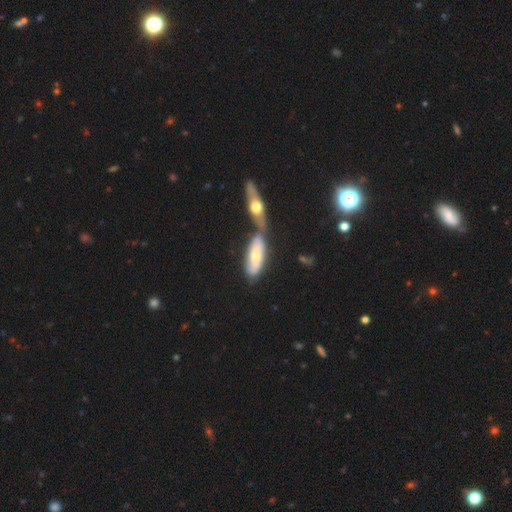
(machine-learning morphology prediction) Smooth or featured? Predicted: smooth (p=0.57). How rounded? Predicted: in between (p=0.69). Merging? Predicted: merger (p=0.50).